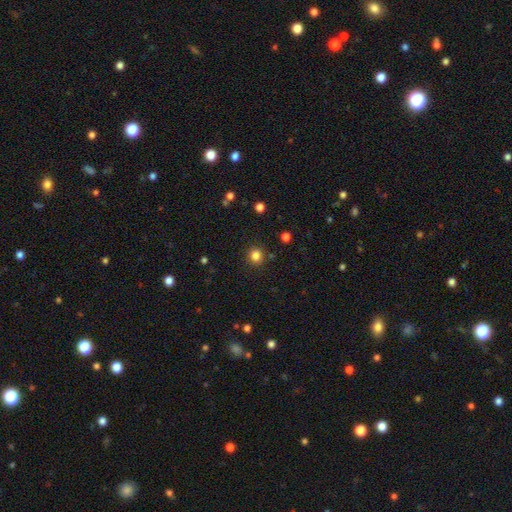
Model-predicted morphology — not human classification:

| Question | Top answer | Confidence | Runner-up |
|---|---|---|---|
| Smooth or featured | smooth | 83% | star or artifact (13%) |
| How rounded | round | 87% | in between (12%) |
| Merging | none | 89% | minor disturbance (7%) |